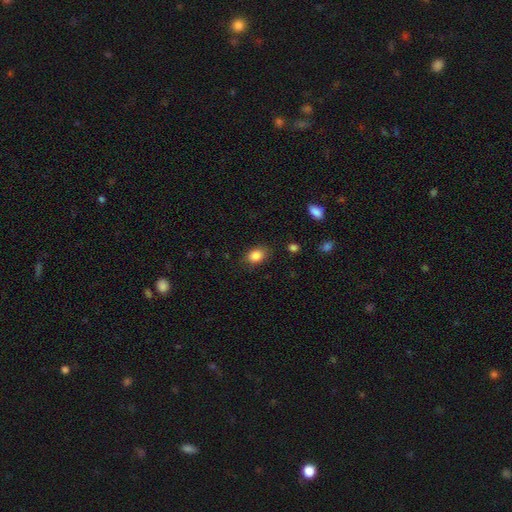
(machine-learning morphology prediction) Smooth or featured?
  - smooth: 86% *
  - star or artifact: 9%
  - featured or disk: 6%
How rounded?
  - in between: 69% *
  - round: 30%
  - cigar-shaped: 1%
Merging?
  - none: 81% *
  - minor disturbance: 14%
  - major disturbance: 3%
  - merger: 1%